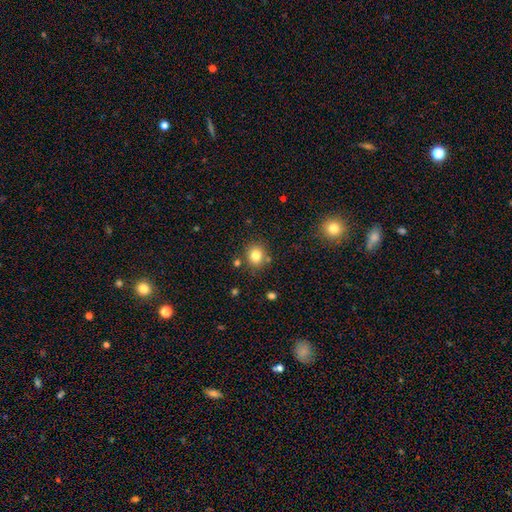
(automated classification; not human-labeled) Smooth or featured: smooth — 81% (star or artifact — 12%)
How rounded: round — 81% (in between — 18%)
Merging: none — 80% (minor disturbance — 11%)